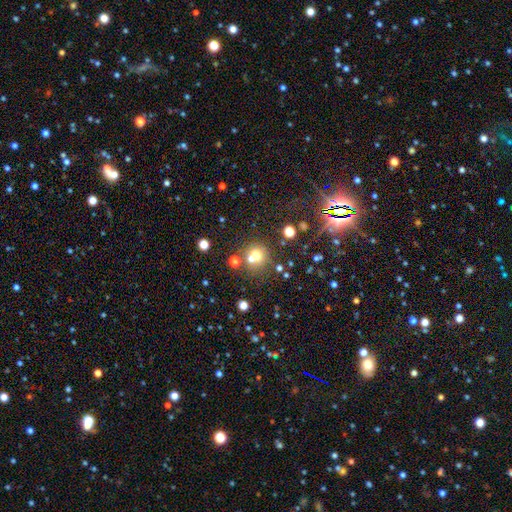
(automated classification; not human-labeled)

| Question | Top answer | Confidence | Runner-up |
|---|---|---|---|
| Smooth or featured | smooth | 61% | star or artifact (23%) |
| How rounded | round | 87% | in between (12%) |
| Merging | none | 56% | merger (31%) |